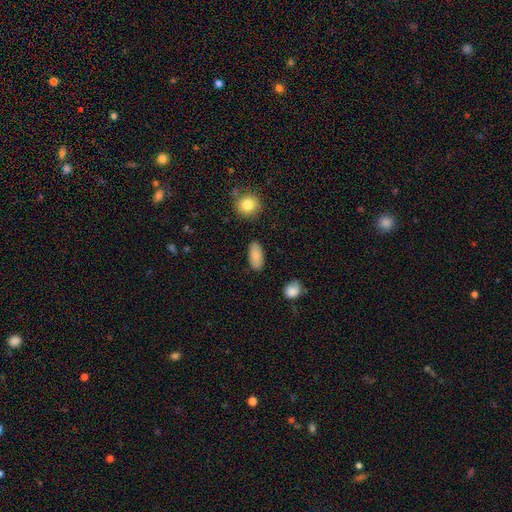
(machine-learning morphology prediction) A smooth galaxy with no disk features (86%) that is in between round and cigar-shaped (90%). Merging: none (86%).